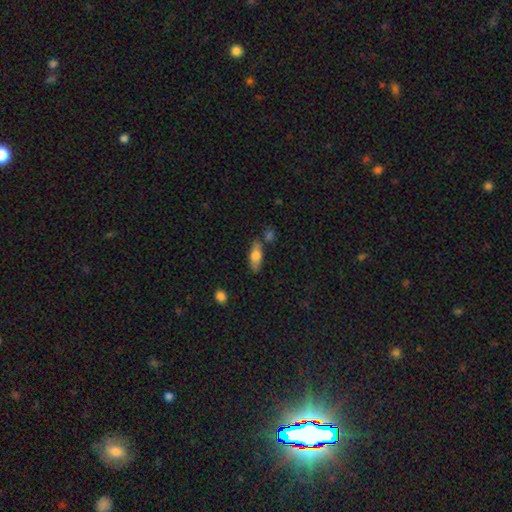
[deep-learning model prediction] A smooth galaxy with no disk features (70%) that is in between round and cigar-shaped (67%).

Vote fractions:
- Smooth or featured? smooth: 70% / featured or disk: 24% / star or artifact: 7%
- How rounded? in between: 67% / cigar-shaped: 30% / round: 3%
- Merging? none: 74% / minor disturbance: 15% / merger: 8% / major disturbance: 4%